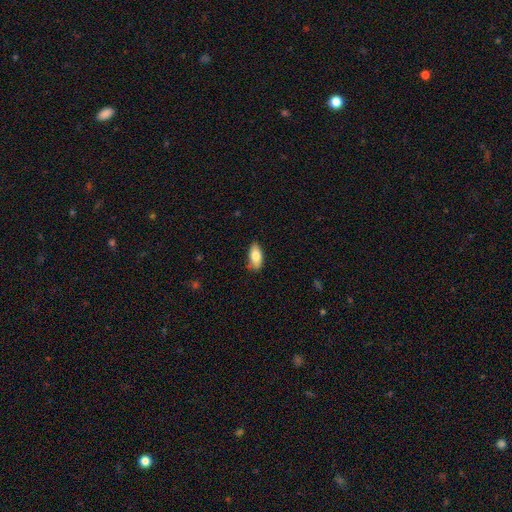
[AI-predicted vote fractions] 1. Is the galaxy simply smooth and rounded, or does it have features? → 80% smooth, 14% featured or disk, 7% star or artifact.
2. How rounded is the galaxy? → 87% in between, 10% cigar-shaped, 3% round.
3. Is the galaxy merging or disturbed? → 78% none, 18% minor disturbance, 3% major disturbance, 1% merger.